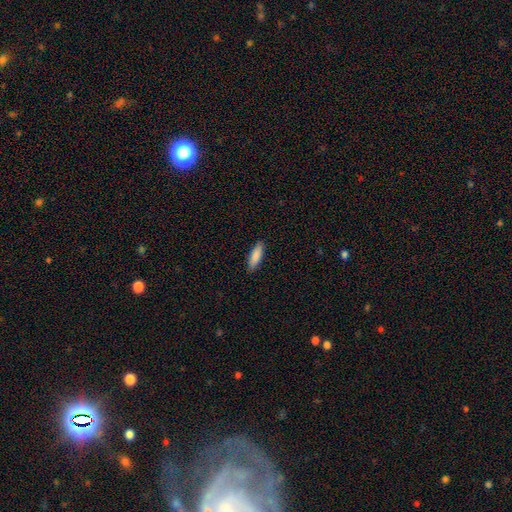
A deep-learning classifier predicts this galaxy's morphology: Smooth or featured? Predicted: smooth (p=0.87). How rounded? Predicted: cigar-shaped (p=0.56). Merging? Predicted: none (p=0.89).